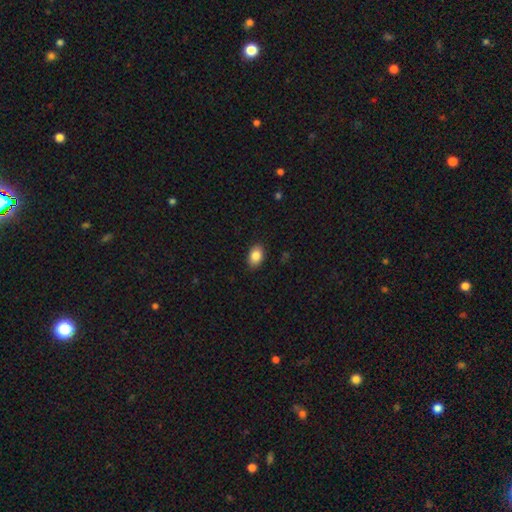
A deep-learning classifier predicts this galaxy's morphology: This is clearly a smooth galaxy (86%). How rounded: clearly in between (85%). Merging: clearly none (88%).